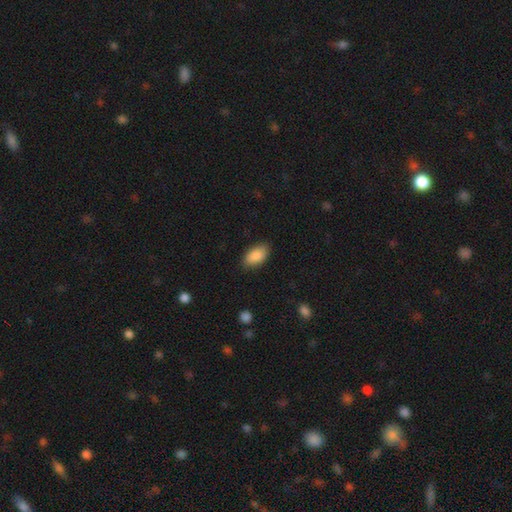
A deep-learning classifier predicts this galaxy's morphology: A smooth galaxy with no disk features (88%) that is in between round and cigar-shaped (94%). Merging: none (84%).